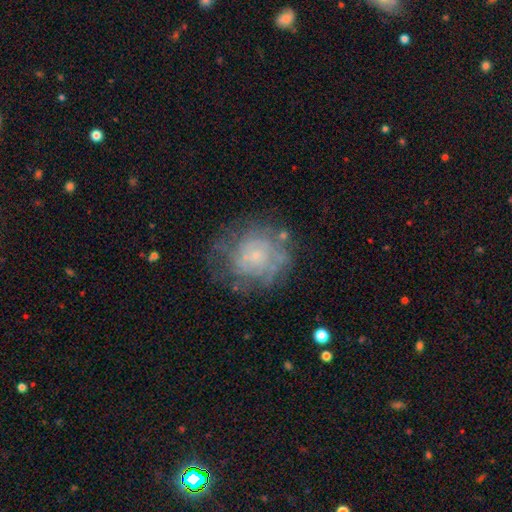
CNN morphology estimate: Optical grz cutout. It shows a featured or disk galaxy (64%) with no bar (81%), spiral arms (71%) and a small central bulge (70%). Merging: none (63%).